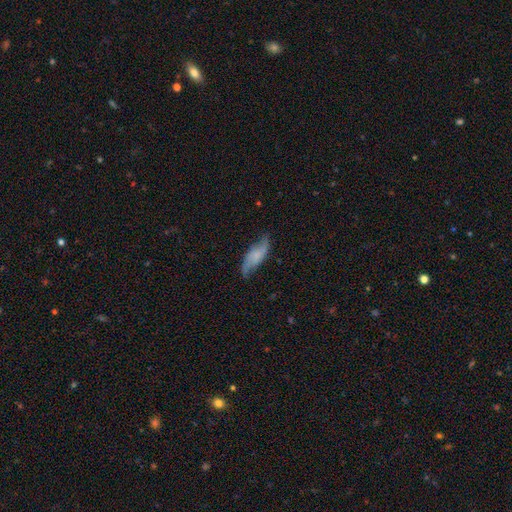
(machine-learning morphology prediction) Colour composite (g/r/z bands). It shows a featured or disk galaxy (54%). Merging: none (66%).